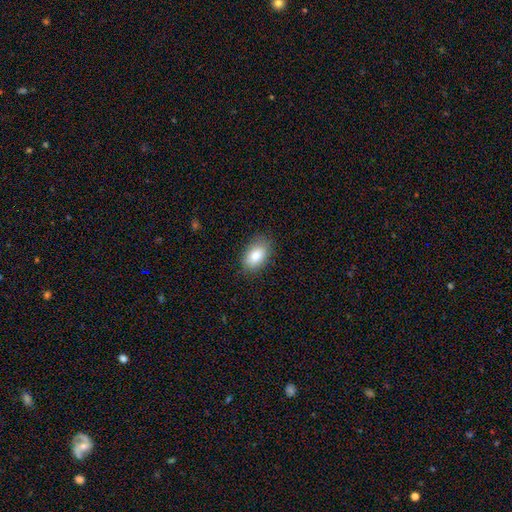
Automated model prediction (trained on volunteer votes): smooth-or-featured: smooth: 83% | featured or disk: 10% | star or artifact: 7%
  how-rounded: in between: 90% | round: 8% | cigar-shaped: 1%
  merging: none: 82% | minor disturbance: 13% | major disturbance: 3% | merger: 1%